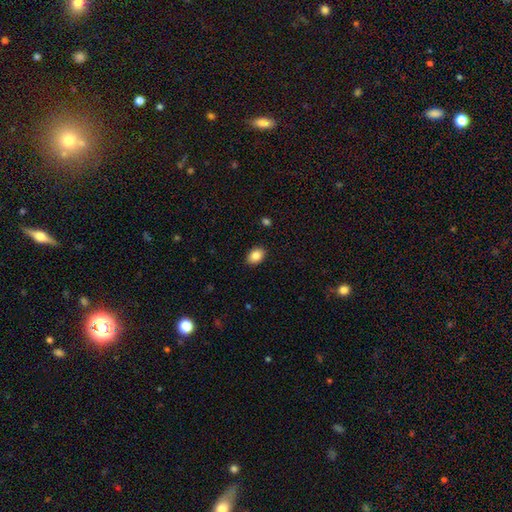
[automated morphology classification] smooth-or-featured: smooth: 86% | star or artifact: 8% | featured or disk: 6%
  how-rounded: in between: 80% | round: 19% | cigar-shaped: 1%
  merging: none: 89% | minor disturbance: 8% | major disturbance: 2% | merger: 1%